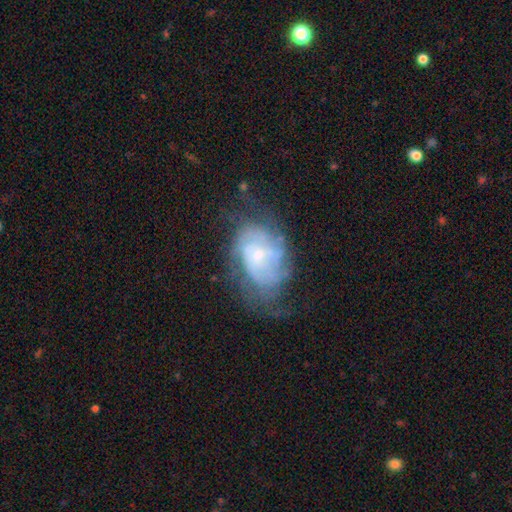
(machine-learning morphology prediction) A featured or disk galaxy (70%) with no bar (70%), tight (52%) spiral arms (77%) and a small central bulge (69%).

Vote fractions:
- Smooth or featured? featured or disk: 70% / smooth: 21% / star or artifact: 9%
- Edge-on disk? no: 96% / yes: 4%
- Bar? no: 70% / weak: 25% / strong: 4%
- Spiral arms? yes: 77% / no: 23%
- Spiral winding? tight: 52% / medium: 34% / loose: 14%
- Spiral arm count? can't tell: 55% / 2: 17% / 3: 11% / 4: 8% / more than 4: 5% / 1: 4%
- Bulge size? small: 69% / moderate: 24% / none: 4% / large: 2% / dominant: 1%
- Merging? none: 50% / minor disturbance: 25% / major disturbance: 22% / merger: 3%